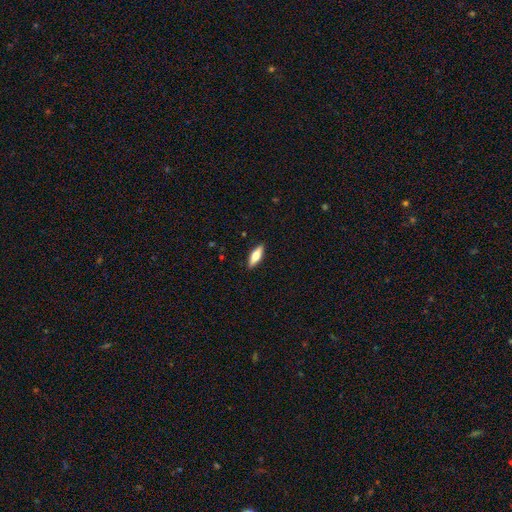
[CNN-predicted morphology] This appears to be a smooth galaxy with no disk features (63%) that is in between round and cigar-shaped (55%). Merging: none (89%).